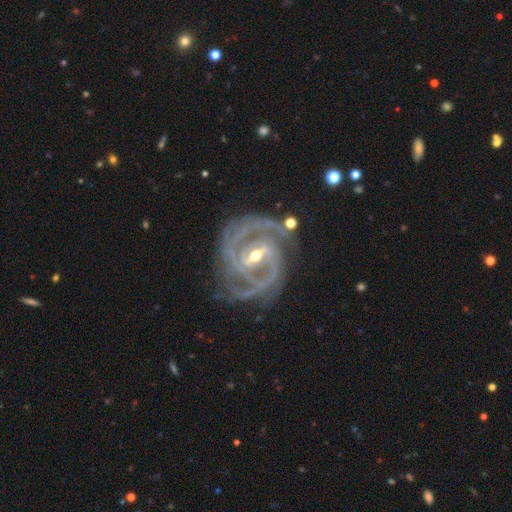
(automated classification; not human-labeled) Smooth or featured? Predicted: featured or disk (p=0.93). Edge-on disk? Predicted: no (p=0.97). Bar? Predicted: strong (p=0.48). Spiral arms? Predicted: yes (p=0.98). Spiral winding? Predicted: tight (p=0.60). Spiral arm count? Predicted: 2 (p=0.52). Bulge size? Predicted: moderate (p=0.49). Merging? Predicted: none (p=0.70).